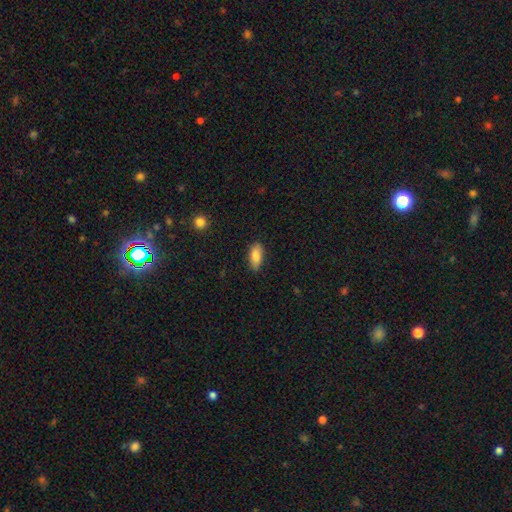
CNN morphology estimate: Smooth or featured? smooth (83%)
How rounded? in between (88%)
Merging? none (86%)